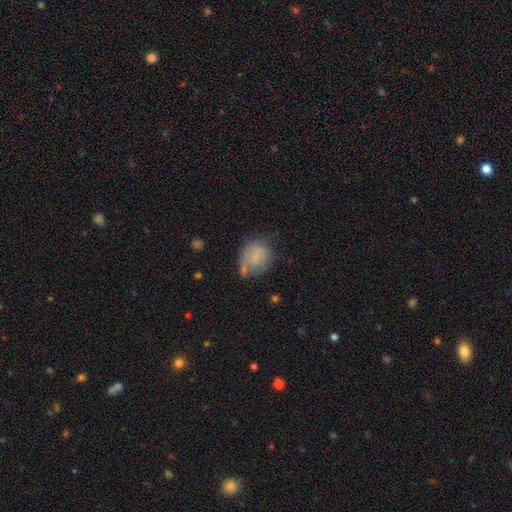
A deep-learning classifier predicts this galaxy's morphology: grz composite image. It shows a smooth galaxy with no disk features (74%) that is round (61%). Merging: none (48%).